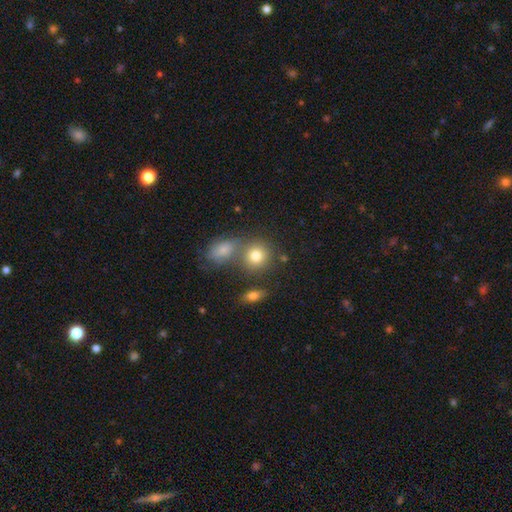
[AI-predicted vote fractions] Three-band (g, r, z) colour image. It shows a smooth galaxy with no disk features (79%) that is round (77%). Merging: none (58%).